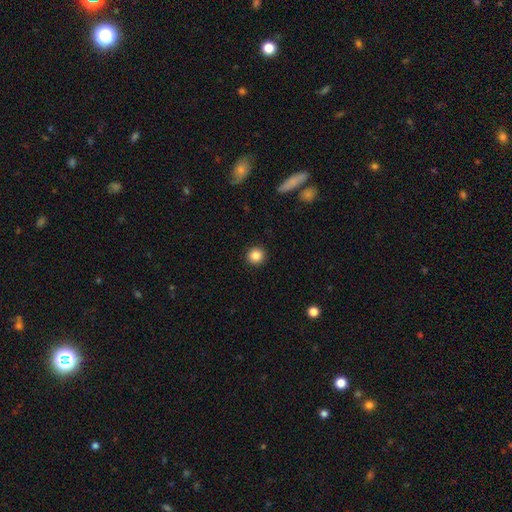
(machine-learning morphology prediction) This is clearly a smooth galaxy (86%). How rounded: clearly round (93%). Merging: clearly none (92%).